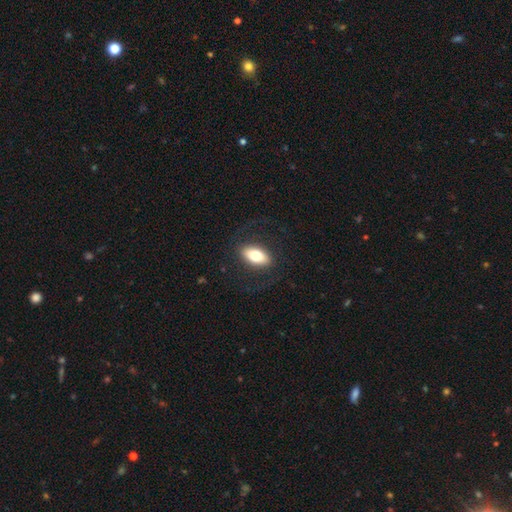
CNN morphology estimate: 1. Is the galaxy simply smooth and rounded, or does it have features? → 71% smooth, 23% featured or disk, 6% star or artifact.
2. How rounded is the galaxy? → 90% in between, 6% cigar-shaped, 5% round.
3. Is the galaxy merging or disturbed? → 83% none, 10% minor disturbance, 6% major disturbance, 1% merger.